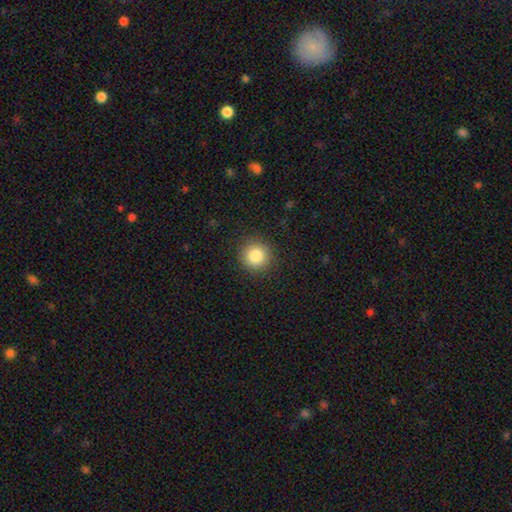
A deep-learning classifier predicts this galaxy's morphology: Q: Smooth or featured?
A: smooth (85%); runner-up: star or artifact (10%)
Q: How rounded?
A: round (94%); runner-up: in between (5%)
Q: Merging?
A: none (90%); runner-up: minor disturbance (7%)